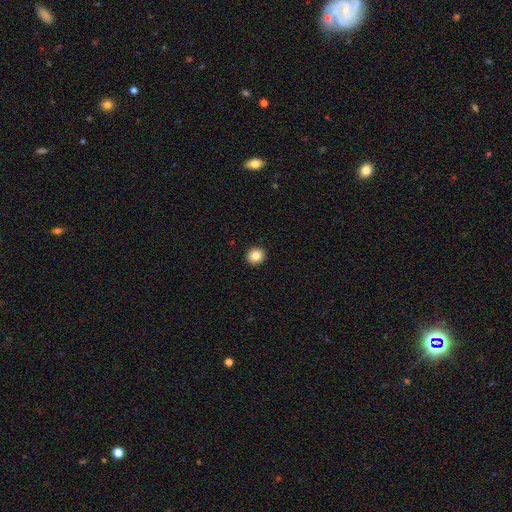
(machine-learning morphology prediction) Q: Smooth or featured?
A: smooth (85%); runner-up: star or artifact (9%)
Q: How rounded?
A: round (91%); runner-up: in between (8%)
Q: Merging?
A: none (94%); runner-up: minor disturbance (4%)